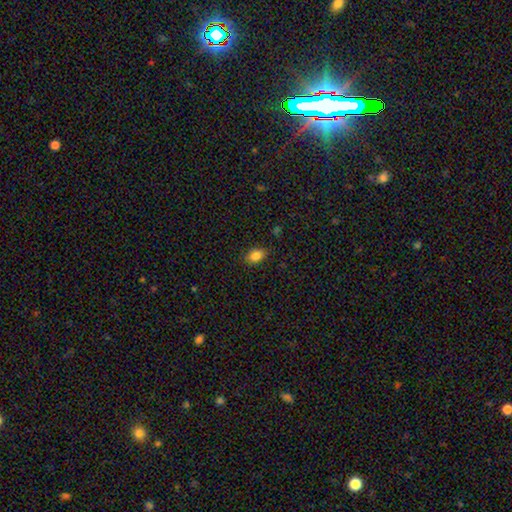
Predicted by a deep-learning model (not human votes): Smooth or featured? smooth (84%)
How rounded? in between (76%)
Merging? none (85%)